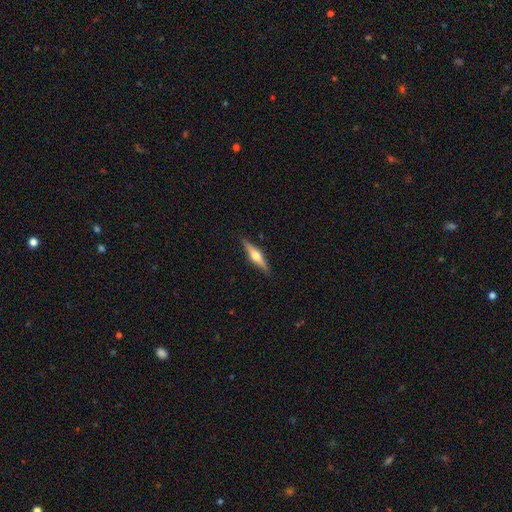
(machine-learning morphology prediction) A featured or disk galaxy (71%) viewed edge-on (98%) with a rounded central bulge (95%).

Vote fractions:
- Smooth or featured? featured or disk: 71% / smooth: 24% / star or artifact: 5%
- Edge-on disk? yes: 98% / no: 2%
- Edge-on bulge? rounded: 95% / boxy: 3% / none: 2%
- Merging? none: 90% / minor disturbance: 7% / major disturbance: 2% / merger: 1%